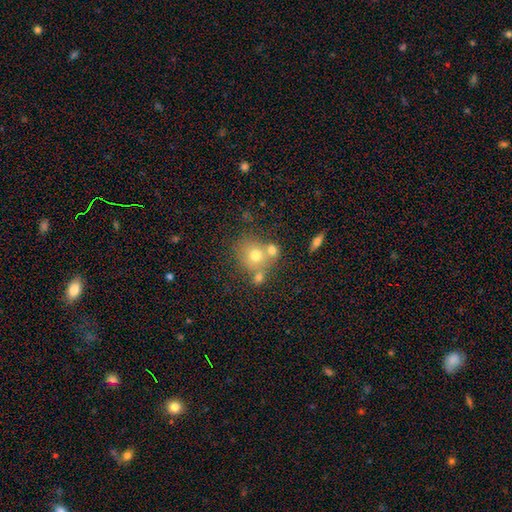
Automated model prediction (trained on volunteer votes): A smooth galaxy with no disk features (67%) that is round (80%). Merging: none (49%).